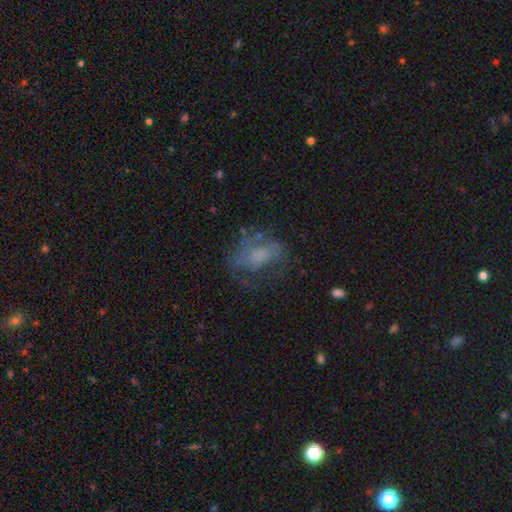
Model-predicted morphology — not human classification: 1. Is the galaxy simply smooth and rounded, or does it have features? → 43% featured or disk, 41% smooth, 16% star or artifact.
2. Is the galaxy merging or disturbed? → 49% none, 27% major disturbance, 22% minor disturbance, 2% merger.